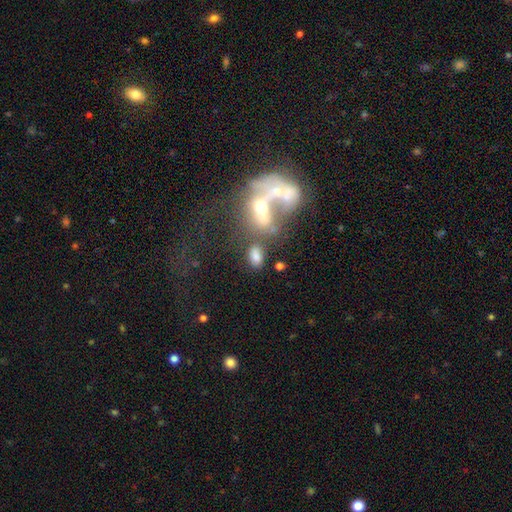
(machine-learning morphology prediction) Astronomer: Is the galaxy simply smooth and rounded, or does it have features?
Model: smooth — 73%.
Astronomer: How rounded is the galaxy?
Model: in between — 87%.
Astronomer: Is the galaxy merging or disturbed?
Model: none — 51%.